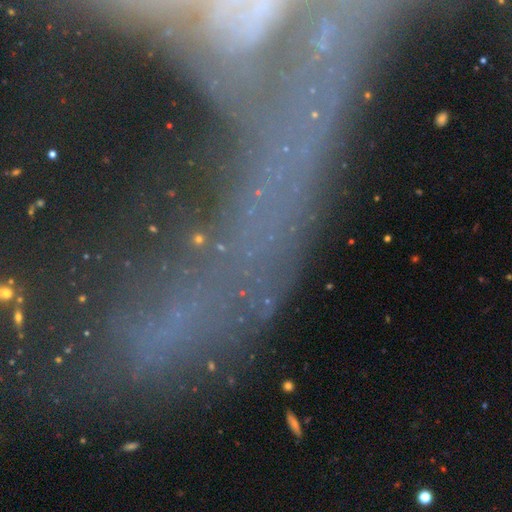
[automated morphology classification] The model was most divided on "smooth or featured": star or artifact: 50%, featured or disk: 32%, smooth: 19%.